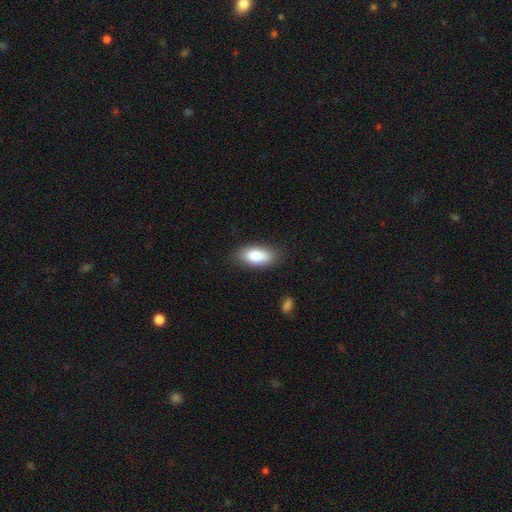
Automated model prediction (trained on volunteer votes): smooth-or-featured: smooth: 81% | featured or disk: 12% | star or artifact: 7%
  how-rounded: in between: 88% | cigar-shaped: 9% | round: 4%
  merging: none: 83% | minor disturbance: 12% | major disturbance: 3% | merger: 1%